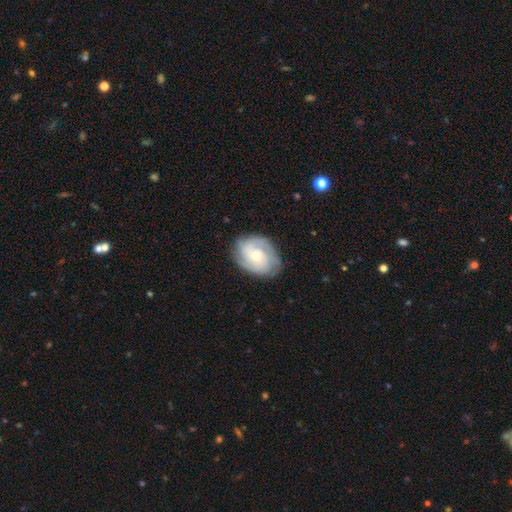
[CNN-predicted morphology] type=featured or disk (78%); edge-on=no (97%); bar=no (71%); spiral arms=yes (94%); winding=tight (60%); arm count=2 (32%); bulge=moderate (48%, tied with small); merging=none (79%).